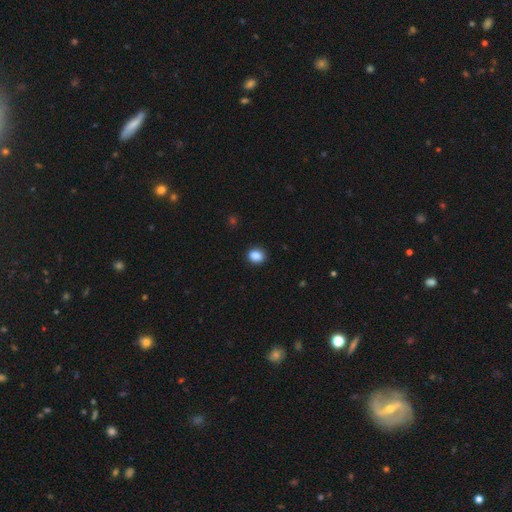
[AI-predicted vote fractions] Morphology: type=smooth (88%); roundness=round (55%); merging=none (89%).